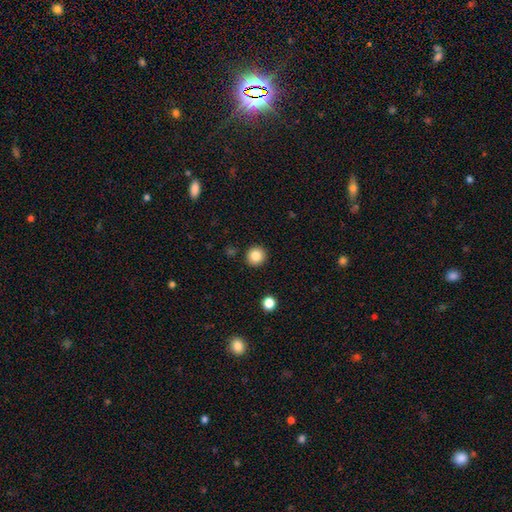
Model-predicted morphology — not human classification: A smooth galaxy with no disk features (84%) that is round (93%). Merging: none (92%).